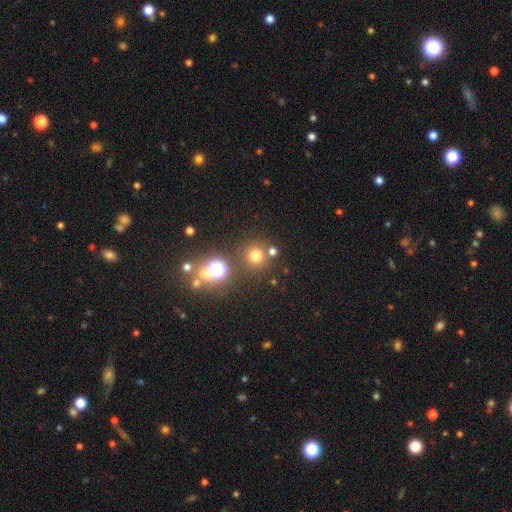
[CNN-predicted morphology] Overall: smooth (69%). How rounded: round (93%). Merging: none (78%).